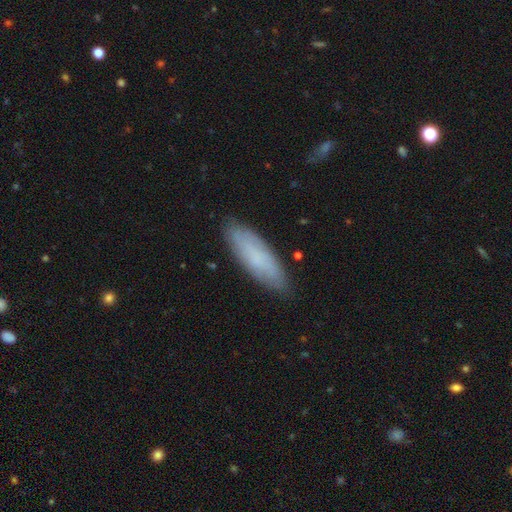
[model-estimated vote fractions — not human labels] Morphology: type=smooth (68%); roundness=cigar-shaped (53%); merging=none (85%).